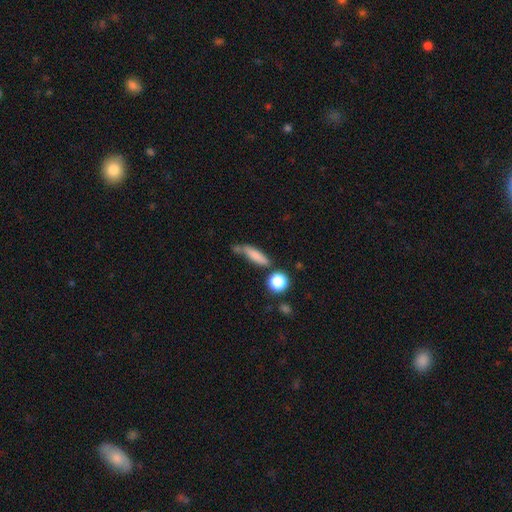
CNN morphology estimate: A smooth galaxy with no disk features (78%) that is cigar-shaped (61%).

Vote fractions:
- Smooth or featured? smooth: 78% / featured or disk: 13% / star or artifact: 9%
- How rounded? cigar-shaped: 61% / in between: 34% / round: 6%
- Merging? none: 59% / minor disturbance: 20% / merger: 15% / major disturbance: 6%